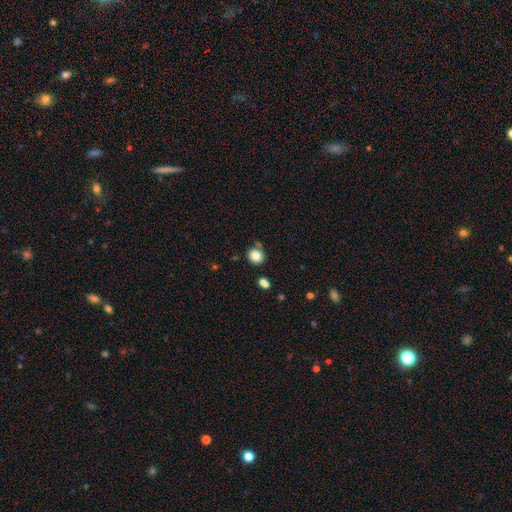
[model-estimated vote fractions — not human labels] smooth 82%, star or artifact 10%, featured or disk 7%. Down the decision tree: how rounded — round (85%); merging — none (74%).